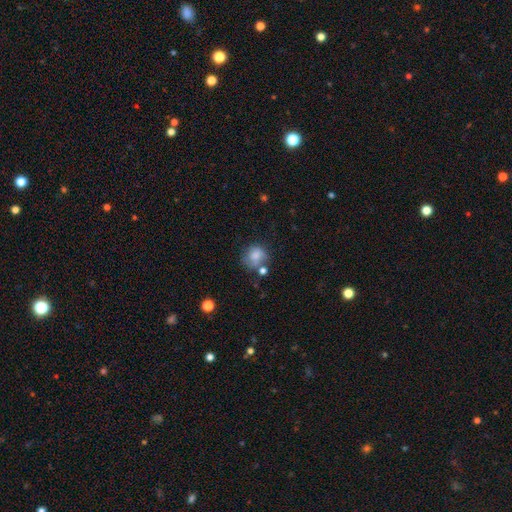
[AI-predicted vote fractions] smooth-or-featured: smooth: 73% | featured or disk: 16% | star or artifact: 10%
  how-rounded: round: 75% | in between: 24% | cigar-shaped: 1%
  merging: none: 48% | minor disturbance: 23% | merger: 16% | major disturbance: 13%